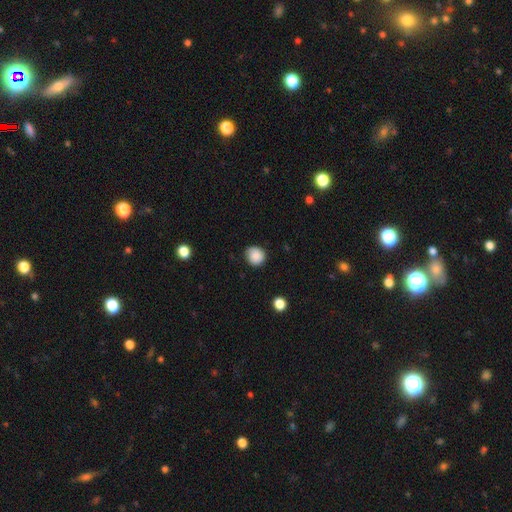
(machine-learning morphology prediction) smooth 87%, star or artifact 9%, featured or disk 5%. Down the decision tree: how rounded — round (87%); merging — none (79%).